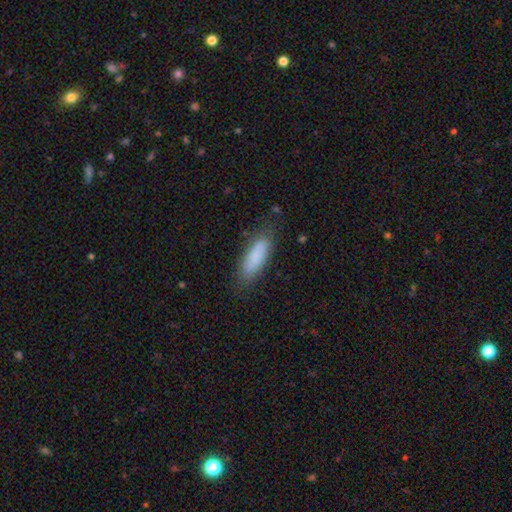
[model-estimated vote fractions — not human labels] Morphology: type=smooth (83%); roundness=cigar-shaped (51%); merging=none (79%).